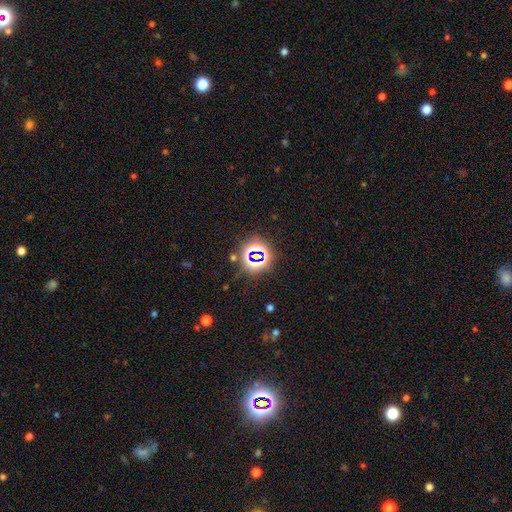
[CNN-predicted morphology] This appears to be a star or artifact, not a galaxy (70%).